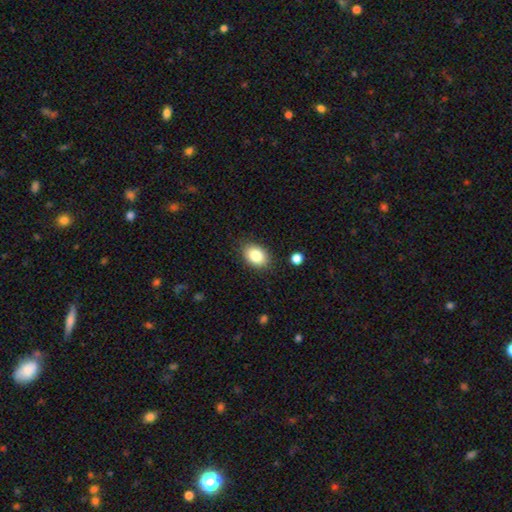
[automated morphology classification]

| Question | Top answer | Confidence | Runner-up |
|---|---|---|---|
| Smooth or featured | smooth | 85% | star or artifact (8%) |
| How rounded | in between | 76% | round (23%) |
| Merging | none | 86% | minor disturbance (10%) |